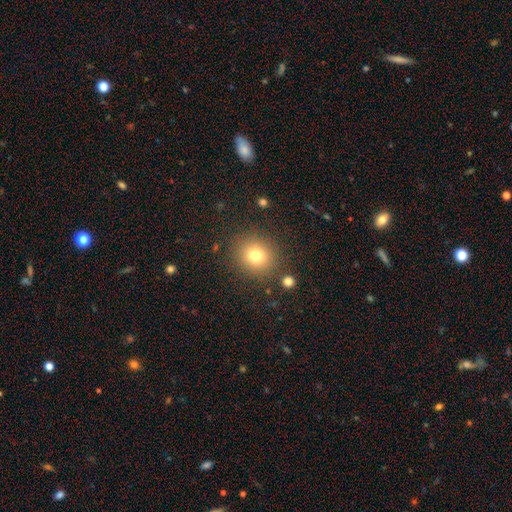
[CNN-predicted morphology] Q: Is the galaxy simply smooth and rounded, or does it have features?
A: smooth — 77%.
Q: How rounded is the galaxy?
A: round — 85%.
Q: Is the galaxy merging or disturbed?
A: none — 85%.